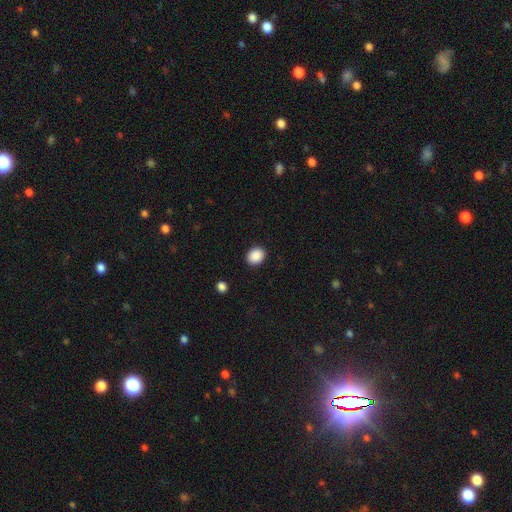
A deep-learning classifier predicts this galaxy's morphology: Smooth or featured? Predicted: smooth (p=0.89). How rounded? Predicted: round (p=0.58). Merging? Predicted: none (p=0.90).